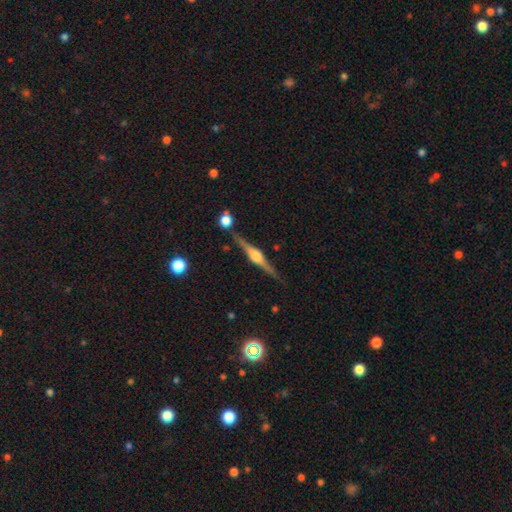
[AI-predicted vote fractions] Morphology: type=featured or disk (86%); edge-on=yes (98%); edge-on bulge=rounded (90%); merging=none (85%).